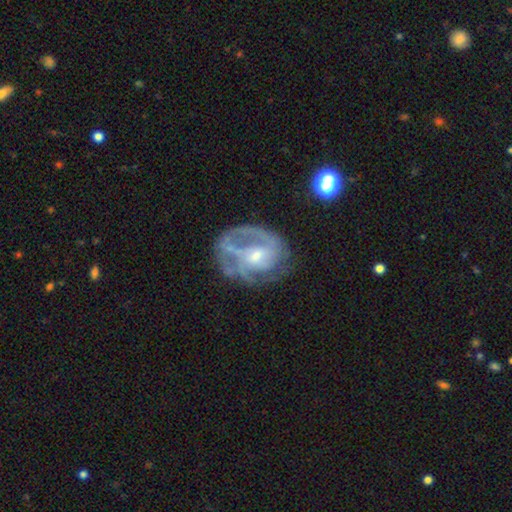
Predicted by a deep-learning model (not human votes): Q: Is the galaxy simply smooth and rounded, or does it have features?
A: featured or disk — 79%.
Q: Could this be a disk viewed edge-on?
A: no — 97%.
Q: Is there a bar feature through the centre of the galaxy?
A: no — 49%.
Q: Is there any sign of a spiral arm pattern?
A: yes — 81%.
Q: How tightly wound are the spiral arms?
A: medium — 41%.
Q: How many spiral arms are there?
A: can't tell — 33%.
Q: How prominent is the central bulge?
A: small — 52%.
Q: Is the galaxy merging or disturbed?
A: none — 49%.